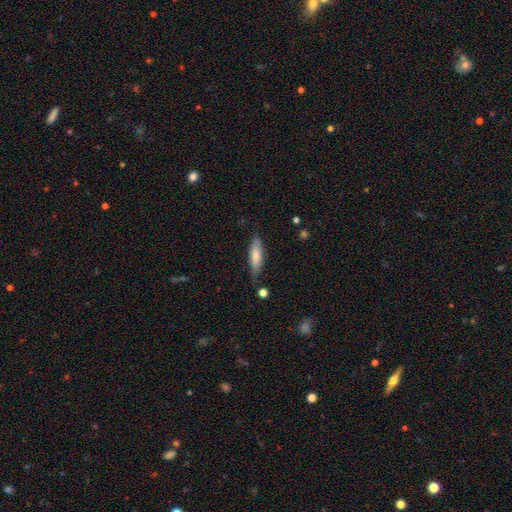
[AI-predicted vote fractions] Morphology: type=smooth (71%); roundness=cigar-shaped (61%); merging=none (74%).